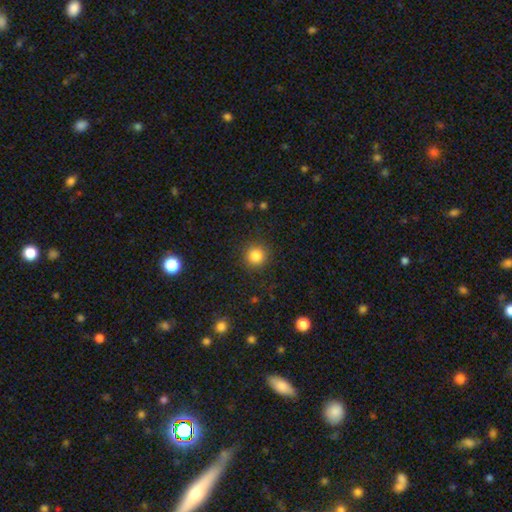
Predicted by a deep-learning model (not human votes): A smooth galaxy with no disk features (84%) that is round (94%). Merging: none (90%).